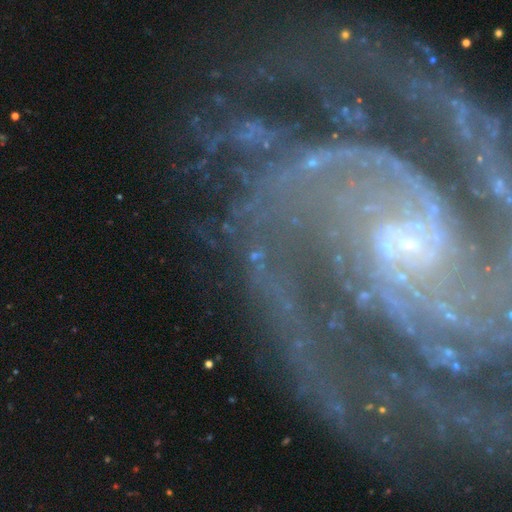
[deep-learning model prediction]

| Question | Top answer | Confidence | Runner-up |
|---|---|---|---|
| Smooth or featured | featured or disk | 78% | star or artifact (13%) |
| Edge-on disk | no | 95% | yes (5%) |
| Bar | no | 42% | weak (32%) |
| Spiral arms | yes | 92% | no (8%) |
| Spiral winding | tight | 51% | medium (33%) |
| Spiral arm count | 2 | 34% | can't tell (22%) |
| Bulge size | small | 65% | moderate (22%) |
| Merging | none | 61% | major disturbance (18%) |